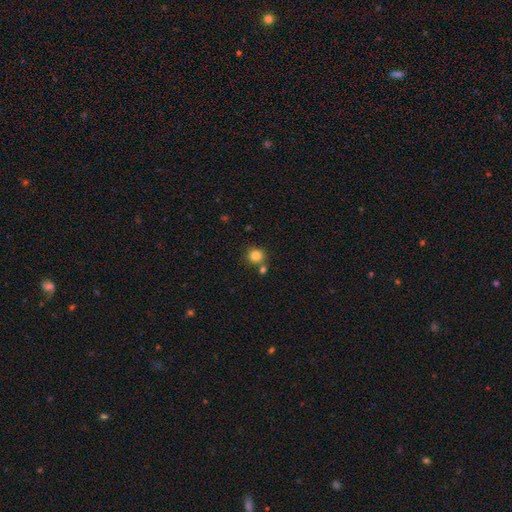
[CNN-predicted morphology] smooth-or-featured: smooth: 82% | star or artifact: 12% | featured or disk: 6%
  how-rounded: round: 90% | in between: 9% | cigar-shaped: 1%
  merging: none: 73% | merger: 16% | minor disturbance: 9% | major disturbance: 3%